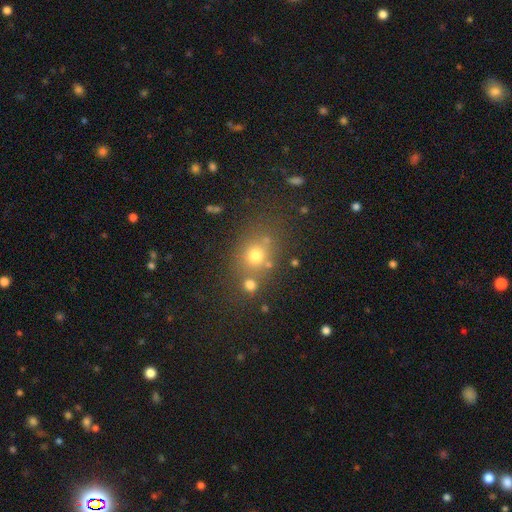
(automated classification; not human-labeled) This appears to be a smooth galaxy with no disk features (67%) that is round (66%). Merging: none (65%).